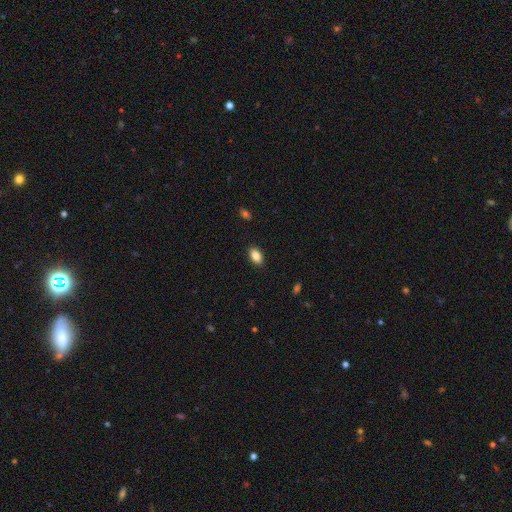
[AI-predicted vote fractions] A smooth galaxy with no disk features (86%) that is in between round and cigar-shaped (91%). Merging: none (89%).